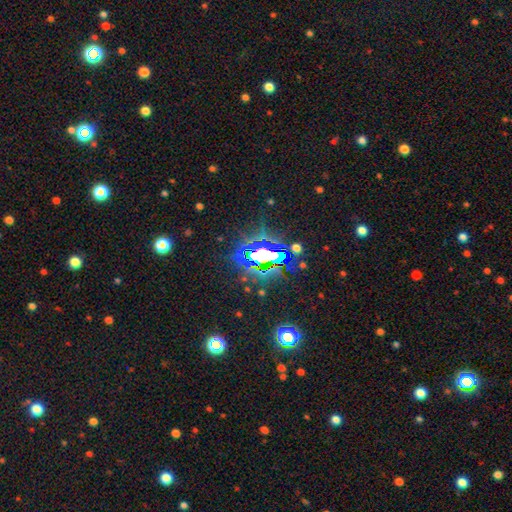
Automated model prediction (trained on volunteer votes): Overall: star or artifact (76%).